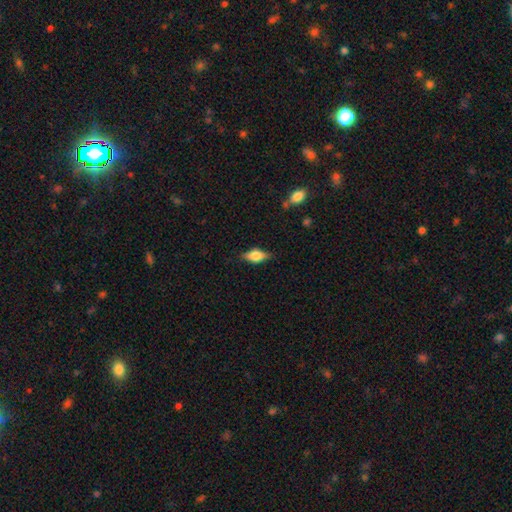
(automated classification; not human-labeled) Morphology: type=smooth (52%); roundness=in between (77%); merging=none (80%).